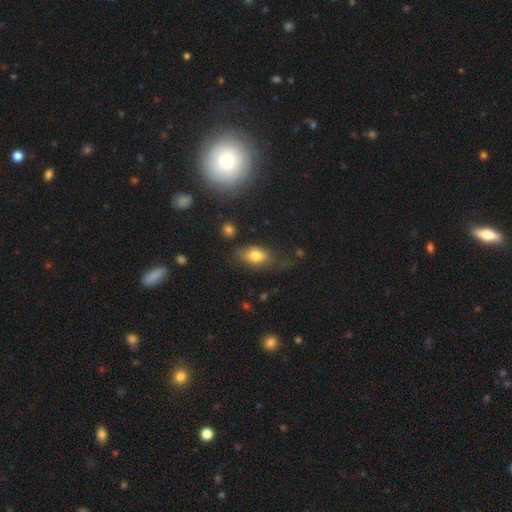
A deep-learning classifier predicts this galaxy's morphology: A smooth galaxy with no disk features (76%) that is in between round and cigar-shaped (83%).

Vote fractions:
- Smooth or featured? smooth: 76% / featured or disk: 14% / star or artifact: 10%
- How rounded? in between: 83% / round: 14% / cigar-shaped: 3%
- Merging? none: 53% / minor disturbance: 29% / major disturbance: 14% / merger: 4%